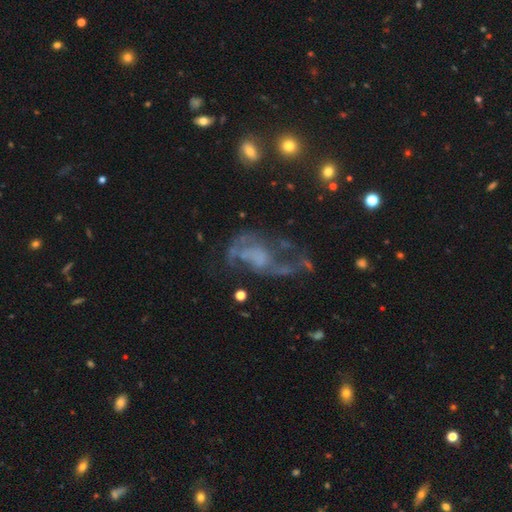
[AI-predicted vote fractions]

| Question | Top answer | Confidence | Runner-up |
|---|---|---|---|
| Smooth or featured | featured or disk | 72% | star or artifact (15%) |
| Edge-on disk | no | 96% | yes (4%) |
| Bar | no | 70% | weak (24%) |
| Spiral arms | yes | 67% | no (33%) |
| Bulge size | none | 51% | small (21%) |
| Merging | major disturbance | 41% | none (35%) |